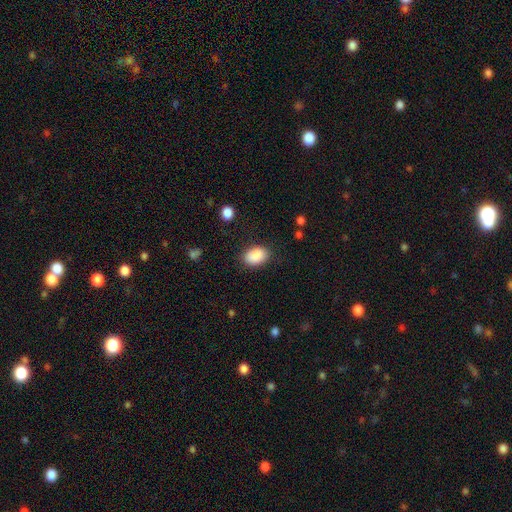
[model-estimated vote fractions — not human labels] Q: Smooth or featured?
A: smooth (90%); runner-up: star or artifact (7%)
Q: How rounded?
A: in between (86%); runner-up: round (13%)
Q: Merging?
A: none (85%); runner-up: minor disturbance (11%)